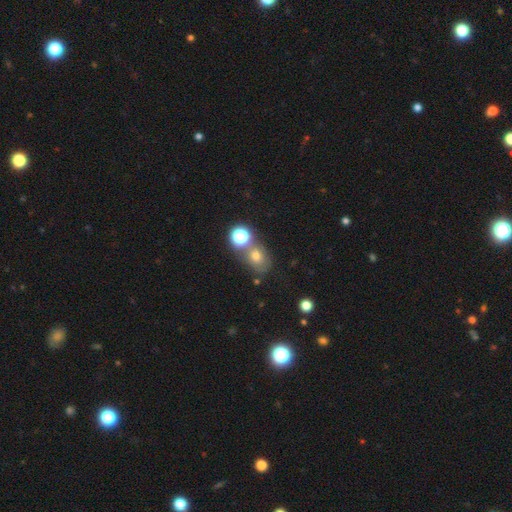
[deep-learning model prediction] A smooth galaxy with no disk features (64%) that is round (56%).

Vote fractions:
- Smooth or featured? smooth: 64% / star or artifact: 20% / featured or disk: 15%
- How rounded? round: 56% / in between: 43% / cigar-shaped: 1%
- Merging? none: 50% / merger: 29% / minor disturbance: 14% / major disturbance: 7%